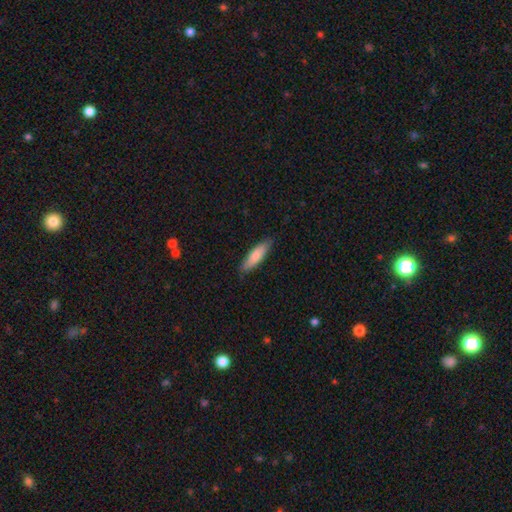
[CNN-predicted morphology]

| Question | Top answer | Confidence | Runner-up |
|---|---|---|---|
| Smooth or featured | smooth | 79% | featured or disk (16%) |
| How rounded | cigar-shaped | 65% | in between (34%) |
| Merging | none | 86% | minor disturbance (11%) |